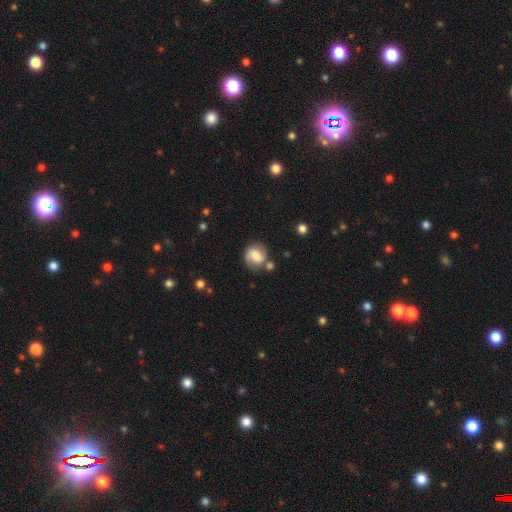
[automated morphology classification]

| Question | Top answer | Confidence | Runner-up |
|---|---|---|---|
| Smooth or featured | smooth | 47% | featured or disk (44%) |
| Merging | none | 67% | minor disturbance (17%) |